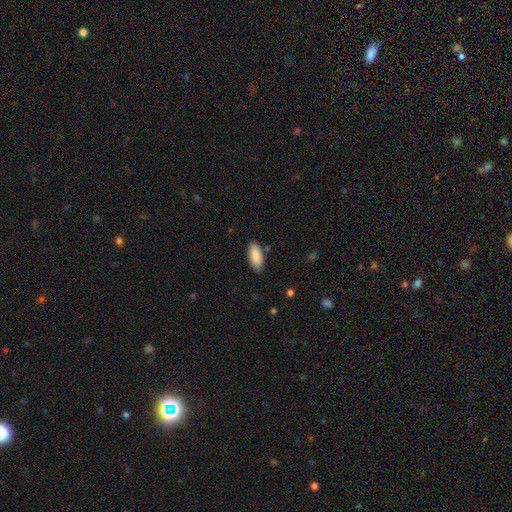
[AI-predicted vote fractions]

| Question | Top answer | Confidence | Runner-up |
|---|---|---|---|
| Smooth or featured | smooth | 88% | featured or disk (6%) |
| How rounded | in between | 85% | cigar-shaped (13%) |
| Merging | none | 85% | minor disturbance (11%) |